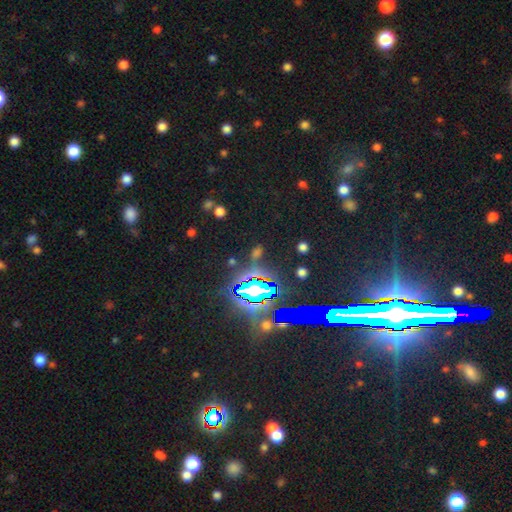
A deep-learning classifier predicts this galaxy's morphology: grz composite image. It shows a star or artifact, not a galaxy (73%).